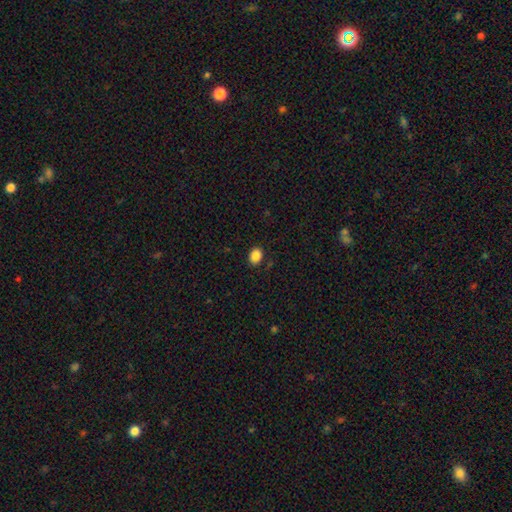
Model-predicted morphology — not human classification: Overall: smooth (87%). How rounded: in between (65%; round 34%). Merging: none (88%).